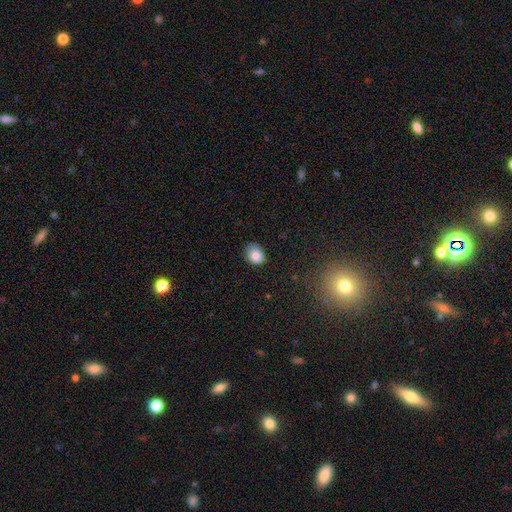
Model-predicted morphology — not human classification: This appears to be a smooth galaxy with no disk features (84%) that is round (54%). Merging: none (74%).